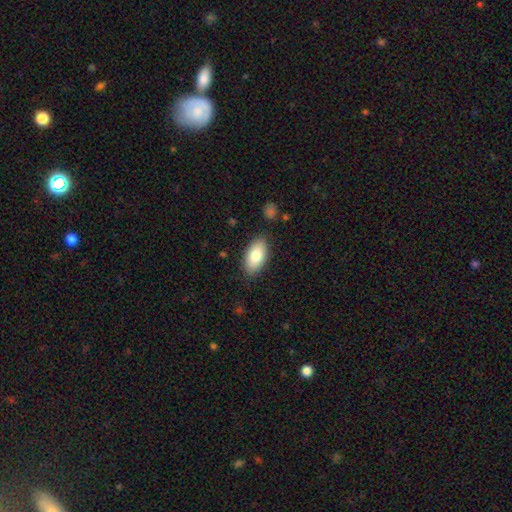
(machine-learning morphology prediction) This appears to be a smooth galaxy with no disk features (80%) that is in between round and cigar-shaped (93%). Merging: none (84%).